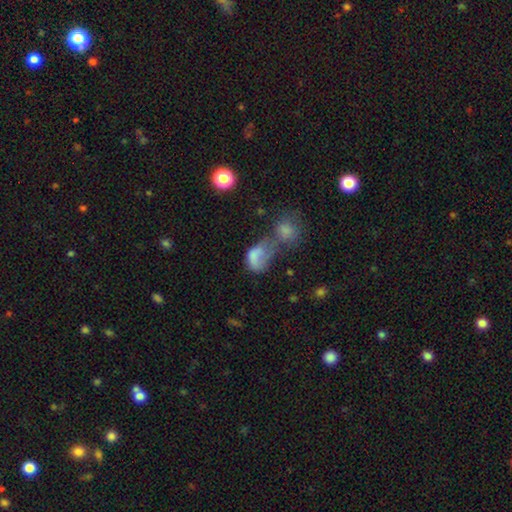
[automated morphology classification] smooth-or-featured: smooth: 67% | featured or disk: 21% | star or artifact: 12%
  how-rounded: in between: 79% | round: 18% | cigar-shaped: 2%
  merging: merger: 51% | major disturbance: 26% | none: 13% | minor disturbance: 10%